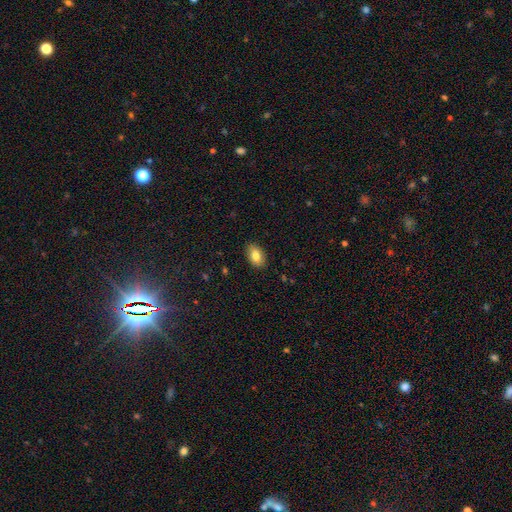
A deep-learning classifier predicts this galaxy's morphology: Smooth or featured? smooth (82%)
How rounded? in between (88%)
Merging? none (88%)